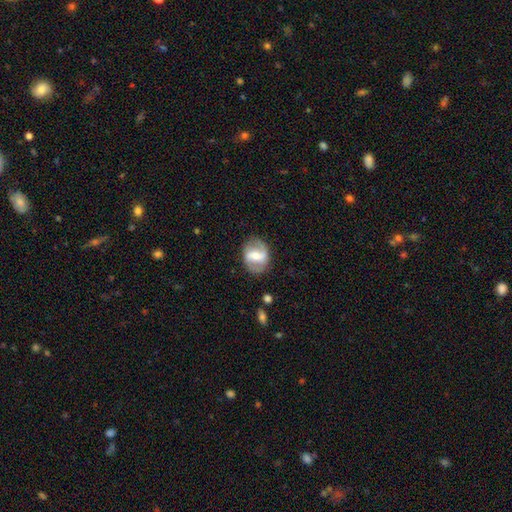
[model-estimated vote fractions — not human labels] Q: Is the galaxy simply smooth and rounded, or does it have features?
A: featured or disk — 70%.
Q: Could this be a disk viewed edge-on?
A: no — 96%.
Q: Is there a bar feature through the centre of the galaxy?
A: strong — 44%.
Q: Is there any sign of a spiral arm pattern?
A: yes — 78%.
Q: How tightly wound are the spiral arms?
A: medium — 42%.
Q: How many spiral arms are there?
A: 2 — 87%.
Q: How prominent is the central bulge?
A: moderate — 59%.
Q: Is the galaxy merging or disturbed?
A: none — 81%.